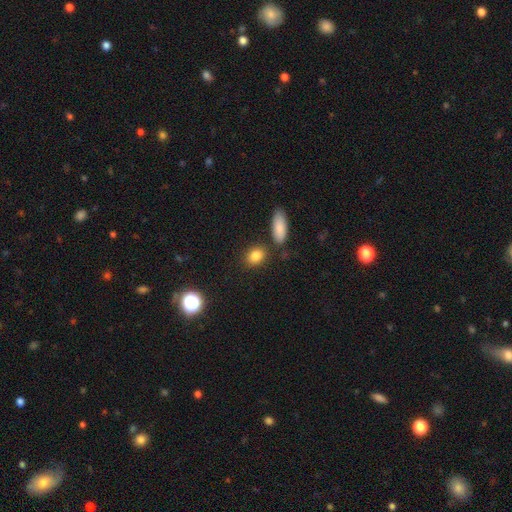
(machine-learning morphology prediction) Smooth or featured? smooth (84%)
How rounded? in between (60%)
Merging? none (79%)